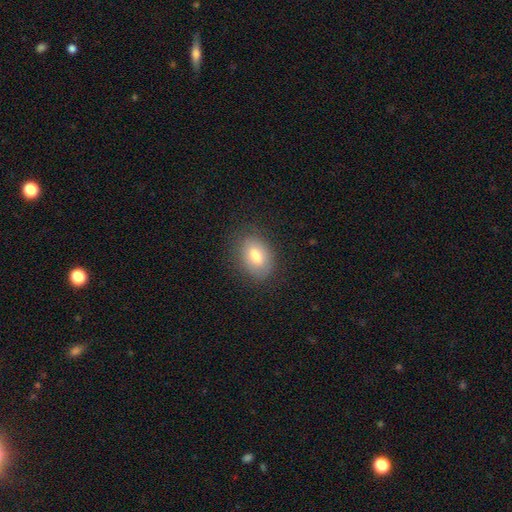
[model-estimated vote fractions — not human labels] Smooth or featured: smooth — 76% (featured or disk — 15%)
How rounded: in between — 75% (round — 23%)
Merging: none — 83% (minor disturbance — 12%)